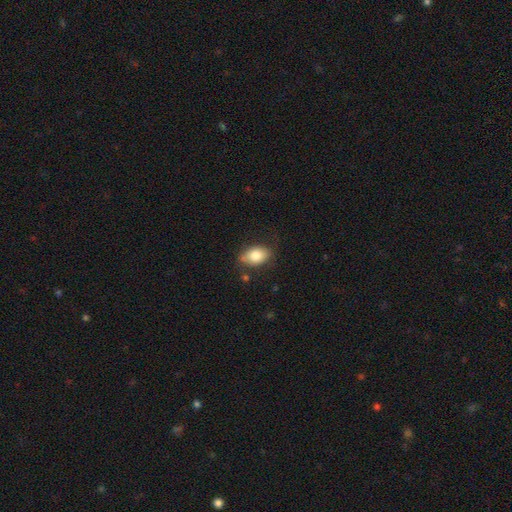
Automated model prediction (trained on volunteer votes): smooth_or_featured: smooth (p=0.81) [alt: featured or disk p=0.11]
how_rounded: in between (p=0.83) [alt: round p=0.16]
merging: none (p=0.74) [alt: minor disturbance p=0.19]